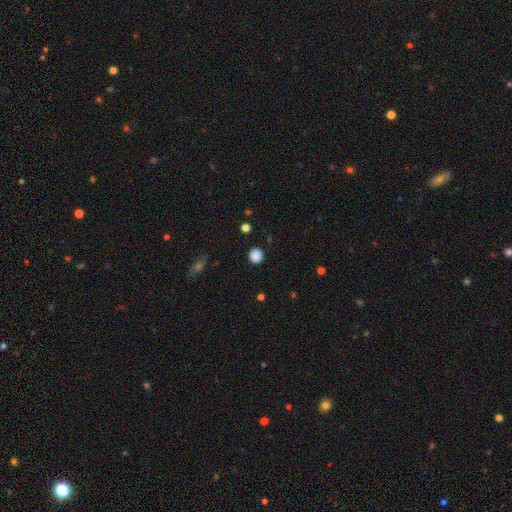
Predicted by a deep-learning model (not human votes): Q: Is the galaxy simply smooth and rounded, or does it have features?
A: smooth — 86%.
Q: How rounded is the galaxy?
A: round — 90%.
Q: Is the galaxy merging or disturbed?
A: none — 89%.